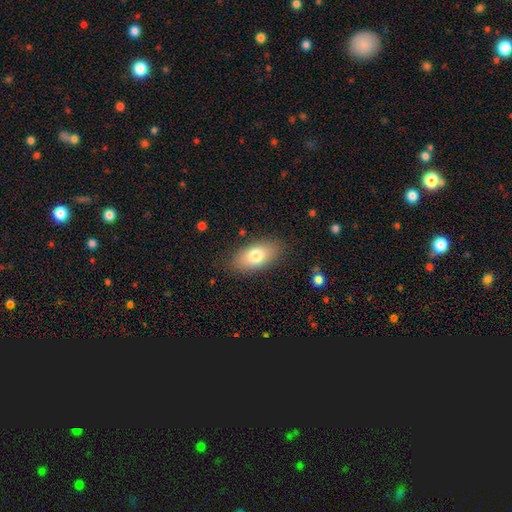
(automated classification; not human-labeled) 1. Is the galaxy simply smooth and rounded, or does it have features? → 76% smooth, 17% featured or disk, 7% star or artifact.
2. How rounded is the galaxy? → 91% in between, 5% cigar-shaped, 4% round.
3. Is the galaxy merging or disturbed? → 83% none, 12% minor disturbance, 4% major disturbance, 1% merger.